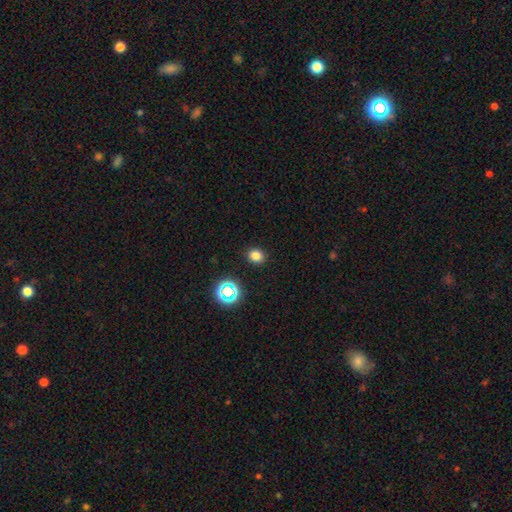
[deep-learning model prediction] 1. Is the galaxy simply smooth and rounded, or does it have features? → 77% smooth, 18% star or artifact, 5% featured or disk.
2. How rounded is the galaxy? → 62% round, 37% in between, 1% cigar-shaped.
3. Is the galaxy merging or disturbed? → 89% none, 7% minor disturbance, 2% major disturbance, 1% merger.